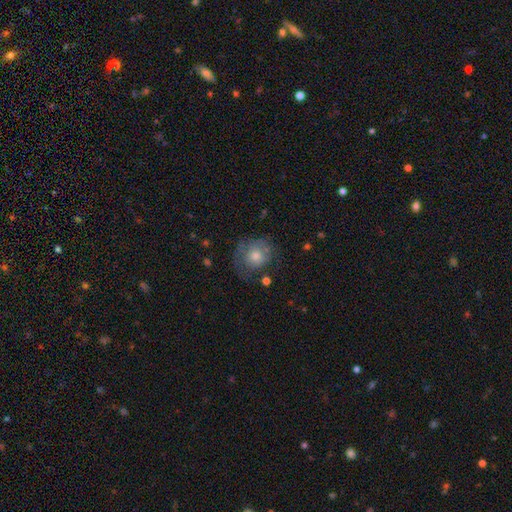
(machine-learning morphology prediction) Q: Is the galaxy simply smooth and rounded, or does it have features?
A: smooth — 54%.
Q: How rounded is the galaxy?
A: round — 81%.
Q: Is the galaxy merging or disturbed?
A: none — 60%.